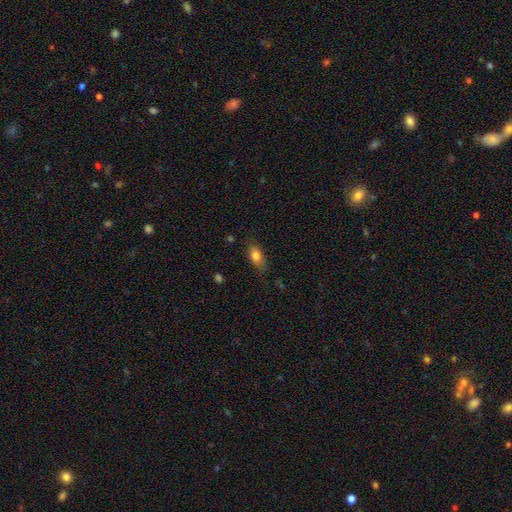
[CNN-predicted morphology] smooth_or_featured: smooth (p=0.80) [alt: featured or disk p=0.11]
how_rounded: in between (p=0.82) [alt: cigar-shaped p=0.10]
merging: none (p=0.71) [alt: minor disturbance p=0.21]